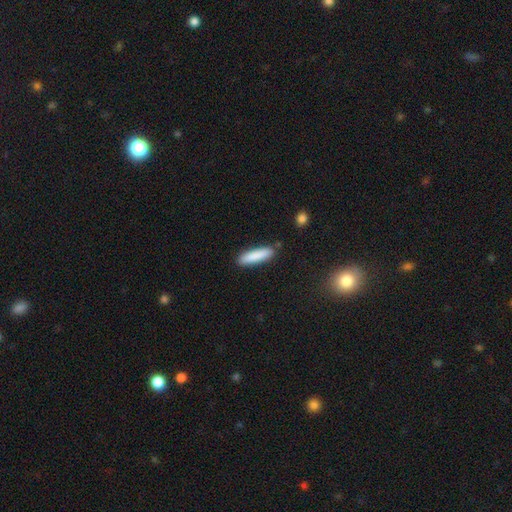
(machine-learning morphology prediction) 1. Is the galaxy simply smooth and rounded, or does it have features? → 86% smooth, 8% featured or disk, 6% star or artifact.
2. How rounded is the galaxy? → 77% cigar-shaped, 22% in between, 1% round.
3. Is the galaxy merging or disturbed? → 86% none, 10% minor disturbance, 2% merger, 2% major disturbance.